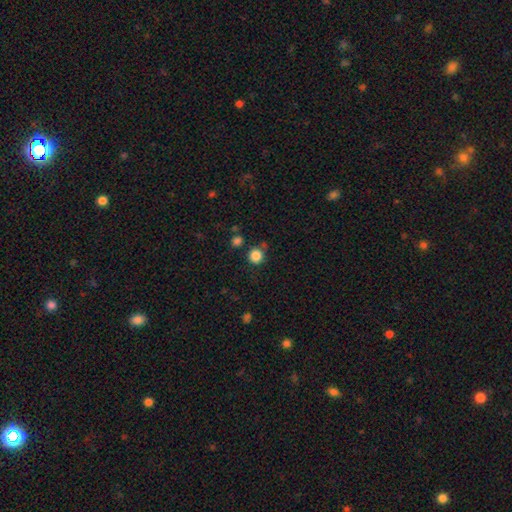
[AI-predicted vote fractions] smooth-or-featured: smooth: 85% | star or artifact: 12% | featured or disk: 4%
  how-rounded: round: 92% | in between: 7% | cigar-shaped: 1%
  merging: none: 81% | minor disturbance: 9% | merger: 7% | major disturbance: 3%